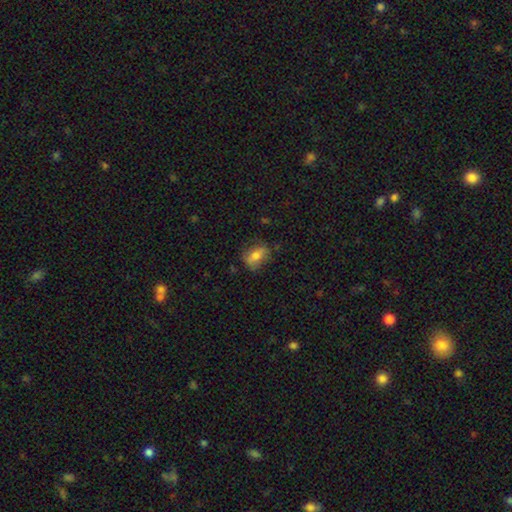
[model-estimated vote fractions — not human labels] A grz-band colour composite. It shows a smooth galaxy with no disk features (69%) that is in between round and cigar-shaped (74%). Merging: none (66%).